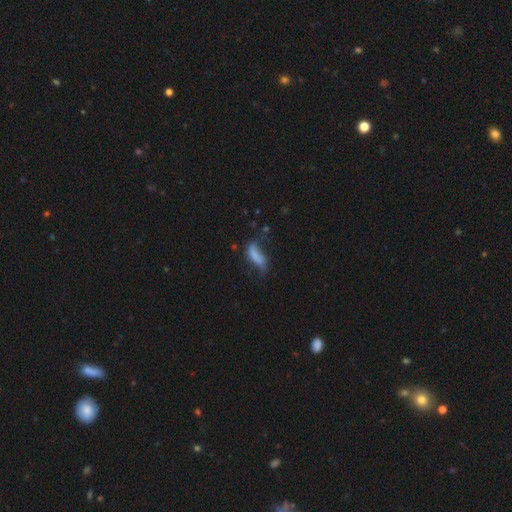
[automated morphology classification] smooth-or-featured: smooth: 65% | featured or disk: 24% | star or artifact: 11%
  how-rounded: in between: 60% | cigar-shaped: 37% | round: 3%
  merging: none: 32% | major disturbance: 31% | minor disturbance: 29% | merger: 7%